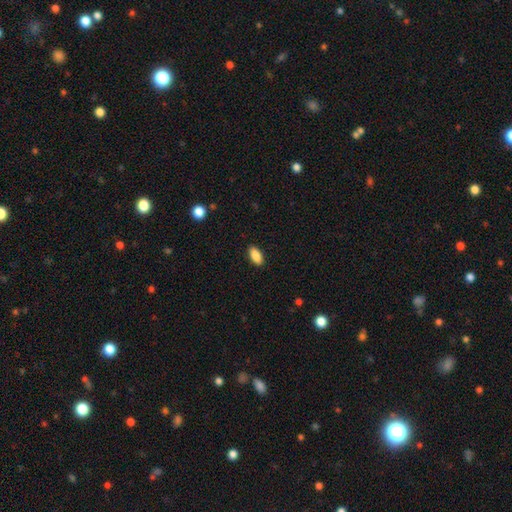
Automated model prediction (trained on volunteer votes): smooth-or-featured: smooth: 89% | star or artifact: 7% | featured or disk: 5%
  how-rounded: in between: 89% | cigar-shaped: 8% | round: 2%
  merging: none: 89% | minor disturbance: 8% | major disturbance: 2% | merger: 1%